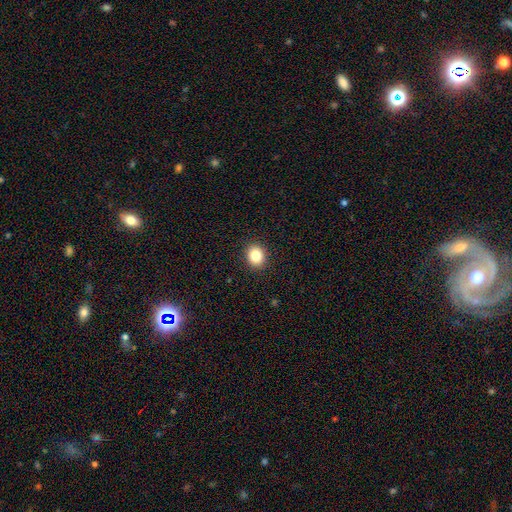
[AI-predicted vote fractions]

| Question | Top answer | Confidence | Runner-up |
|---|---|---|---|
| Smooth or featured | smooth | 84% | star or artifact (10%) |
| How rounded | round | 65% | in between (34%) |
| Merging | none | 92% | minor disturbance (6%) |